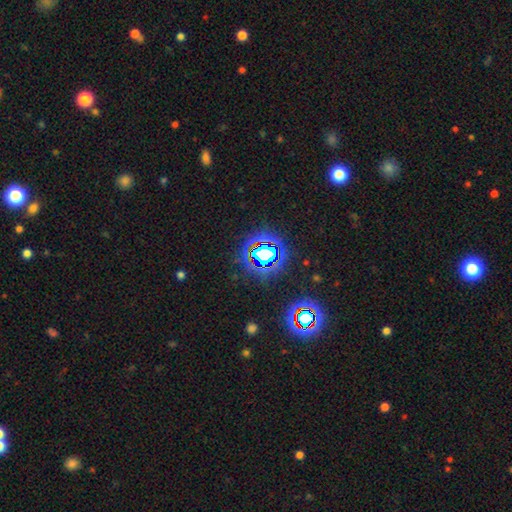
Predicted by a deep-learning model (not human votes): Overall: star or artifact (77%).